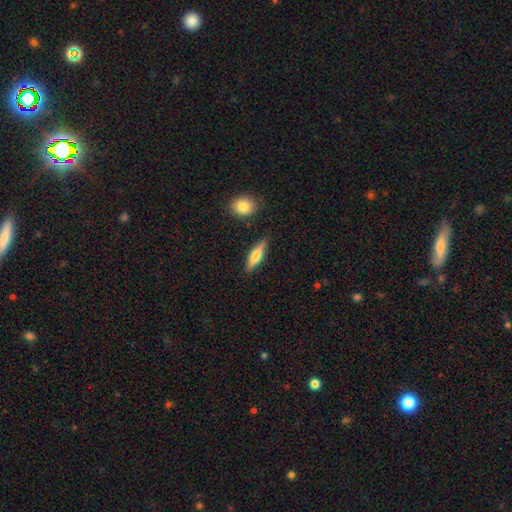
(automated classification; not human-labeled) Q: Smooth or featured?
A: smooth (56%); runner-up: featured or disk (38%)
Q: How rounded?
A: cigar-shaped (64%); runner-up: in between (34%)
Q: Merging?
A: none (85%); runner-up: minor disturbance (10%)